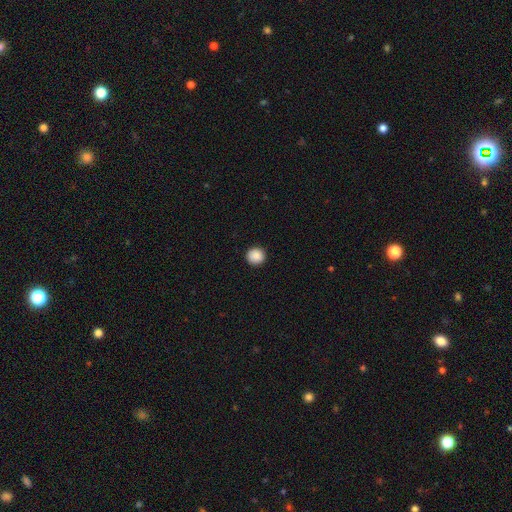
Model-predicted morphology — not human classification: type=smooth (88%); roundness=round (93%); merging=none (92%).